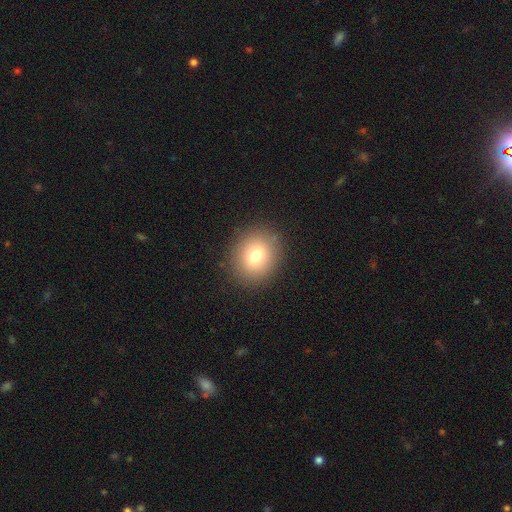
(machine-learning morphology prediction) Smooth or featured?
  - smooth: 76% *
  - featured or disk: 12%
  - star or artifact: 12%
How rounded?
  - round: 74% *
  - in between: 25%
  - cigar-shaped: 1%
Merging?
  - none: 88% *
  - minor disturbance: 8%
  - major disturbance: 3%
  - merger: 1%